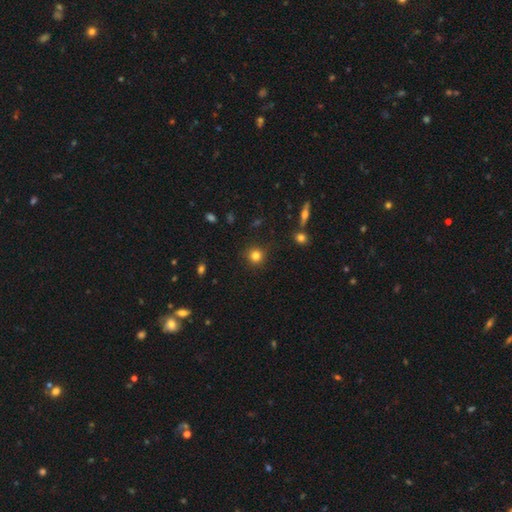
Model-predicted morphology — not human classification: smooth 81%, star or artifact 12%, featured or disk 7%. Down the decision tree: how rounded — round (93%); merging — none (89%).